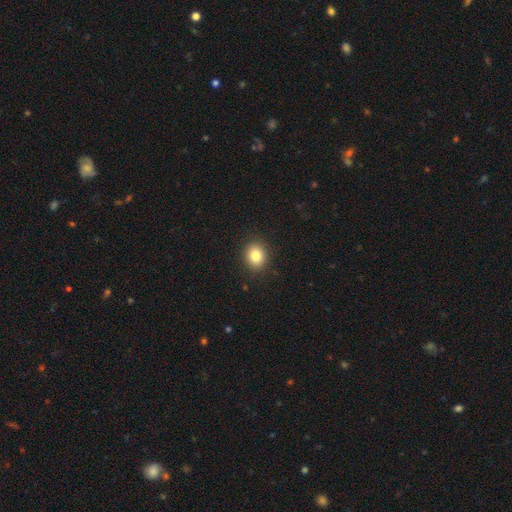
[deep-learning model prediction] smooth_or_featured: smooth (p=0.83) [alt: star or artifact p=0.10]
how_rounded: round (p=0.62) [alt: in between p=0.38]
merging: none (p=0.90) [alt: minor disturbance p=0.07]